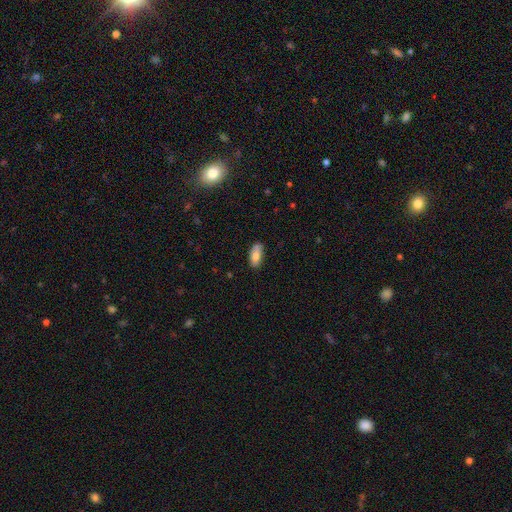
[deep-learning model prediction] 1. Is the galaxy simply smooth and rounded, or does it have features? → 78% smooth, 16% featured or disk, 7% star or artifact.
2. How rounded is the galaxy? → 86% in between, 12% cigar-shaped, 2% round.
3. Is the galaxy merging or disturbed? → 81% none, 15% minor disturbance, 2% major disturbance, 1% merger.